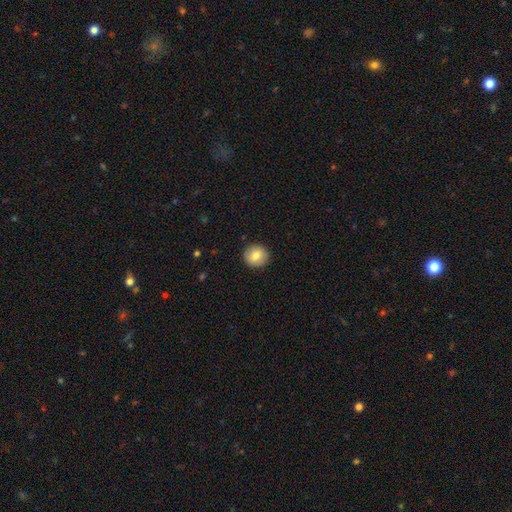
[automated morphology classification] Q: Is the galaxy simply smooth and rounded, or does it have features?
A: smooth — 81%.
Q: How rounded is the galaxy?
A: round — 91%.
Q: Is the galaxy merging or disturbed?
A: none — 91%.